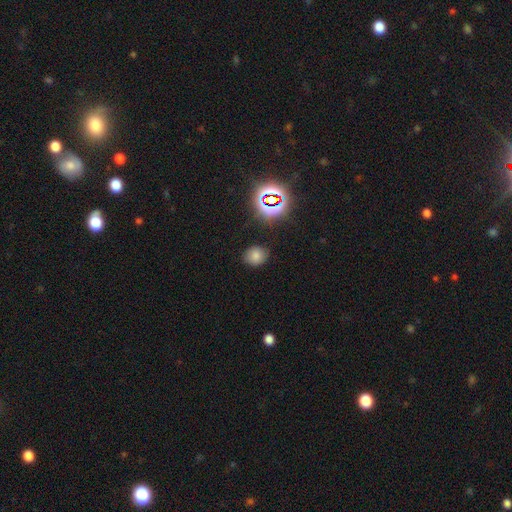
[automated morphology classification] Overall: smooth (72%). How rounded: round (60%; in between 39%). Merging: none (83%).